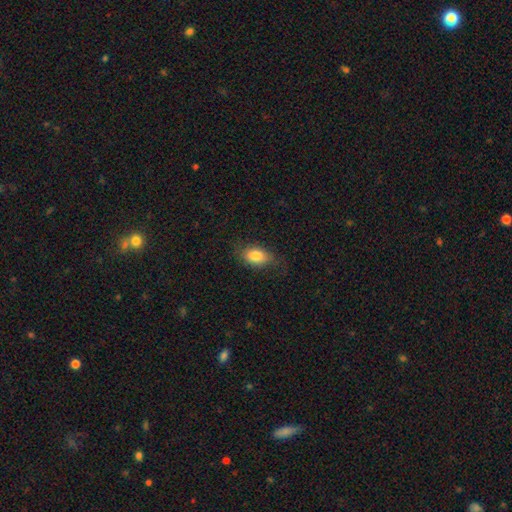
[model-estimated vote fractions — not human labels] Overall: smooth (82%). How rounded: in between (88%). Merging: none (72%).